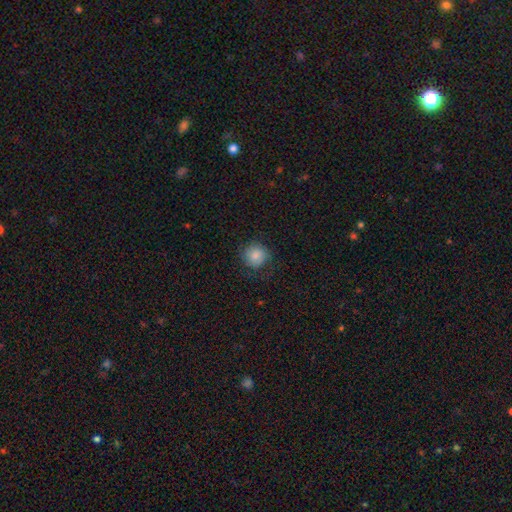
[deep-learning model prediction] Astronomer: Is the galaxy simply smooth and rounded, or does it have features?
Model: smooth — 82%.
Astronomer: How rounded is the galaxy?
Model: round — 90%.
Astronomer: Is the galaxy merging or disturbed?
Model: none — 74%.